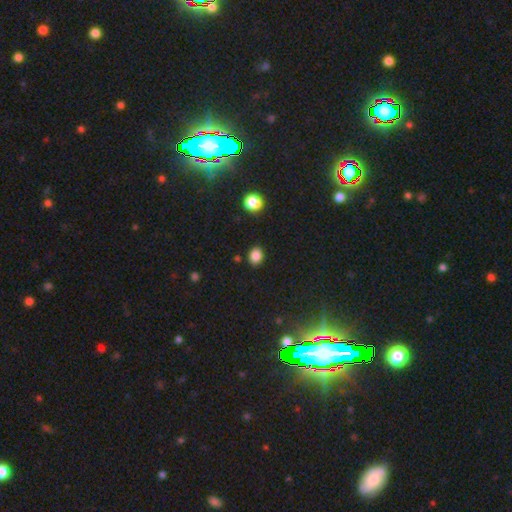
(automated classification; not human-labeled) Smooth or featured? smooth (84%)
How rounded? round (53%)
Merging? none (86%)